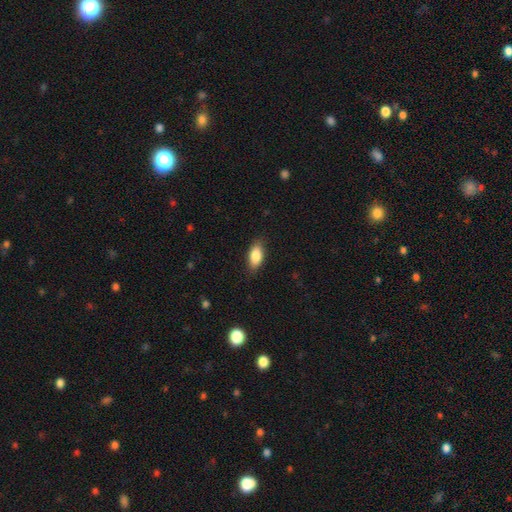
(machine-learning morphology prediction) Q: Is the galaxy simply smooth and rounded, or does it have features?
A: smooth — 84%.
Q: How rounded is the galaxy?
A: in between — 88%.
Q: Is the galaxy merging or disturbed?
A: none — 83%.